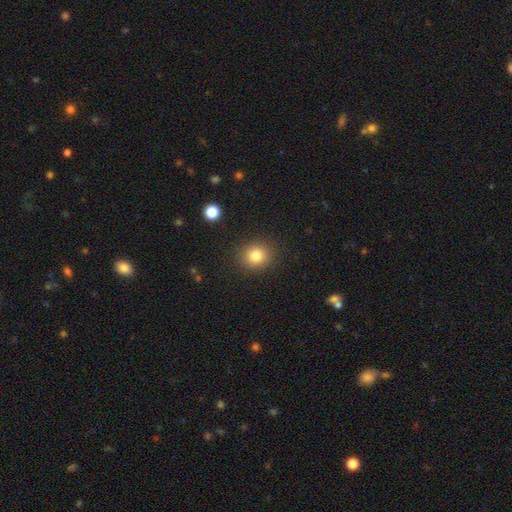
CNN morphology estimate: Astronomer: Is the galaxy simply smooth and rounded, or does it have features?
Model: smooth — 81%.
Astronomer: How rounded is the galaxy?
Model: round — 81%.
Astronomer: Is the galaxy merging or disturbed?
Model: none — 89%.